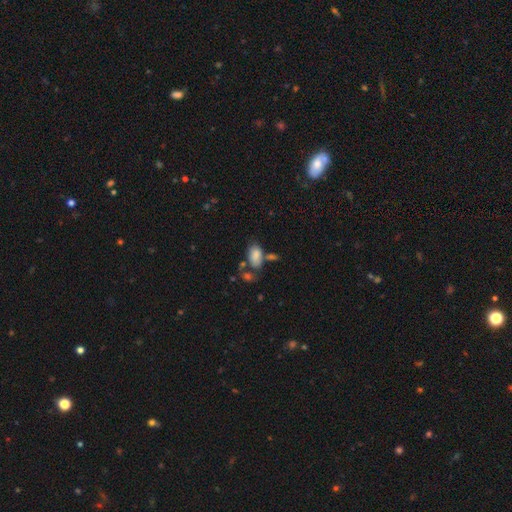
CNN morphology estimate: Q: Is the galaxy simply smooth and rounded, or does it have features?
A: smooth — 82%.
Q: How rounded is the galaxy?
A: in between — 92%.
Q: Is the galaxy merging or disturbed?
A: none — 46%.